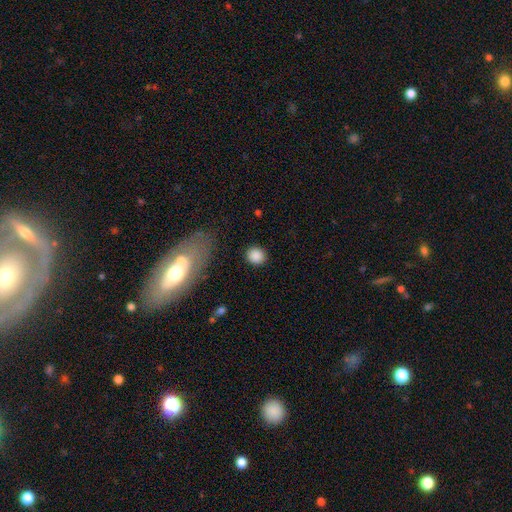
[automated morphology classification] smooth-or-featured: smooth: 87% | star or artifact: 9% | featured or disk: 4%
  how-rounded: round: 88% | in between: 11% | cigar-shaped: 1%
  merging: none: 90% | minor disturbance: 6% | major disturbance: 3% | merger: 1%